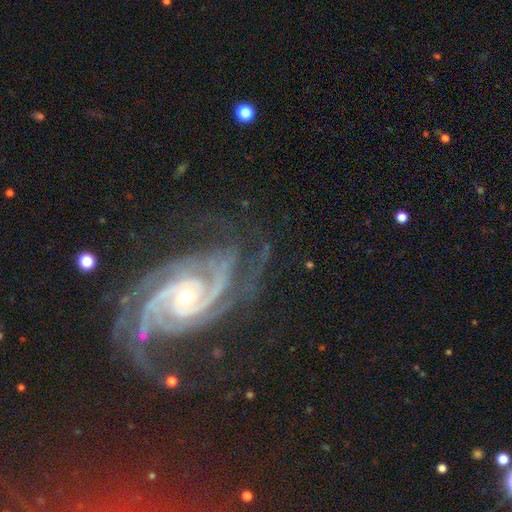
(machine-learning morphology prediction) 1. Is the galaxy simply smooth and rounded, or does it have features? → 90% featured or disk, 7% star or artifact, 3% smooth.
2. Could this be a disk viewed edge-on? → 97% no, 3% yes.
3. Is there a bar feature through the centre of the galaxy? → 59% no, 25% weak, 15% strong.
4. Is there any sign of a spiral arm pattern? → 99% yes, 1% no.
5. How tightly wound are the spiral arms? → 66% tight, 29% medium, 4% loose.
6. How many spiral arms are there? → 33% 2, 27% 3, 13% 4, 11% can't tell, 8% more than 4, 8% 1.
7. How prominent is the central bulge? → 63% small, 34% moderate, 1% large, 1% none, 1% dominant.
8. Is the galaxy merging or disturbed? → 71% none, 18% minor disturbance, 10% major disturbance, 2% merger.